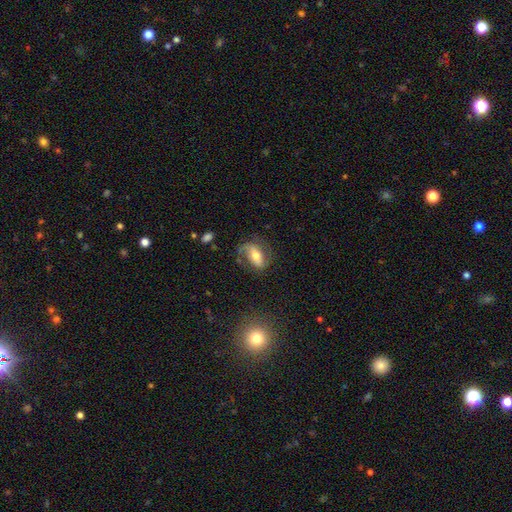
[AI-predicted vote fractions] Smooth or featured? Predicted: featured or disk (p=0.63). Edge-on disk? Predicted: no (p=0.91). Bar? Predicted: strong (p=0.39). Spiral arms? Predicted: yes (p=0.85). Bulge size? Predicted: moderate (p=0.65). Merging? Predicted: none (p=0.61).